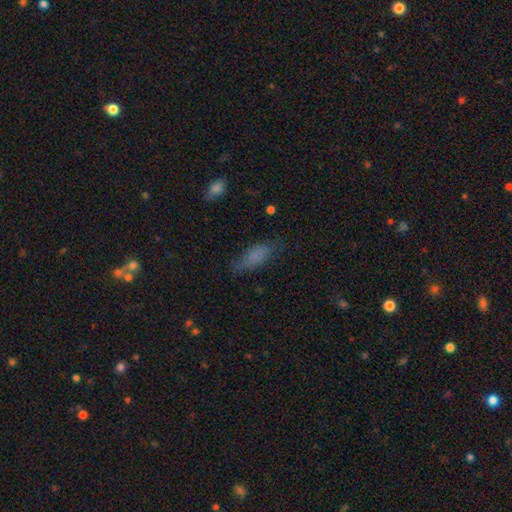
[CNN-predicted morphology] Smooth or featured? Predicted: smooth (p=0.75). How rounded? Predicted: in between (p=0.69). Merging? Predicted: none (p=0.66).